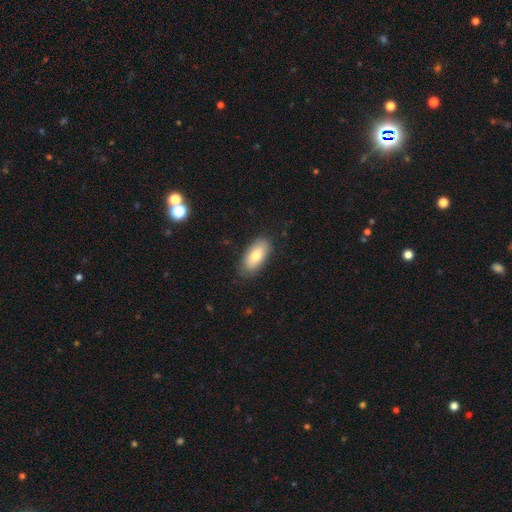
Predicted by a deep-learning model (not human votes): Smooth or featured: smooth — 78% (featured or disk — 16%)
How rounded: in between — 91% (cigar-shaped — 6%)
Merging: none — 84% (minor disturbance — 12%)